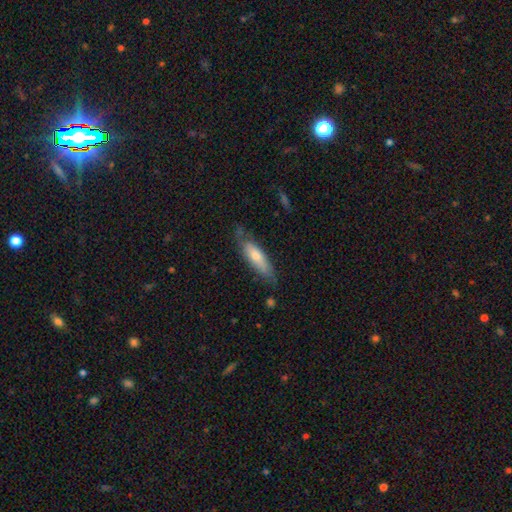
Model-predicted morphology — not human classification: A smooth galaxy with no disk features (61%) that is cigar-shaped (62%).

Vote fractions:
- Smooth or featured? smooth: 61% / featured or disk: 33% / star or artifact: 6%
- How rounded? cigar-shaped: 62% / in between: 37% / round: 2%
- Merging? none: 67% / minor disturbance: 24% / major disturbance: 6% / merger: 2%